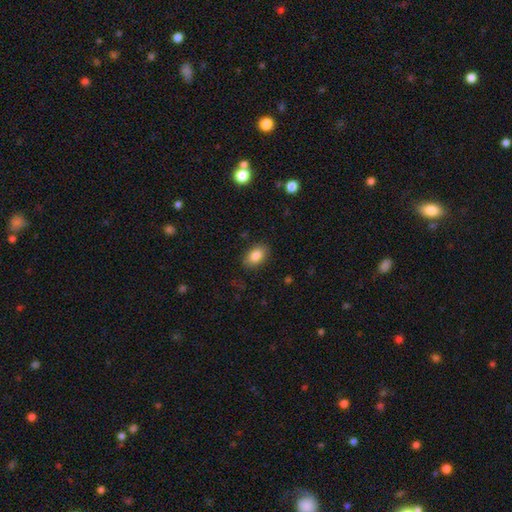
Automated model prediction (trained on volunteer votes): Smooth or featured?
  - smooth: 85% *
  - star or artifact: 8%
  - featured or disk: 7%
How rounded?
  - in between: 88% *
  - round: 11%
  - cigar-shaped: 1%
Merging?
  - none: 85% *
  - minor disturbance: 11%
  - major disturbance: 3%
  - merger: 1%